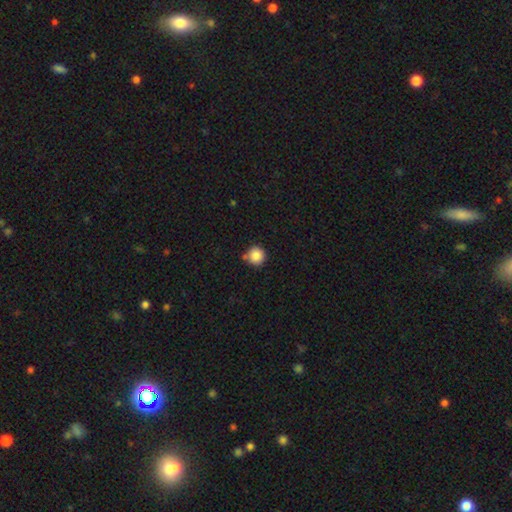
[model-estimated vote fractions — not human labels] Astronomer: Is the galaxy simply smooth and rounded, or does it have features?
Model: smooth — 86%.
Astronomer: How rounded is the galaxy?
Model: round — 95%.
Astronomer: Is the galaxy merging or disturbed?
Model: none — 79%.